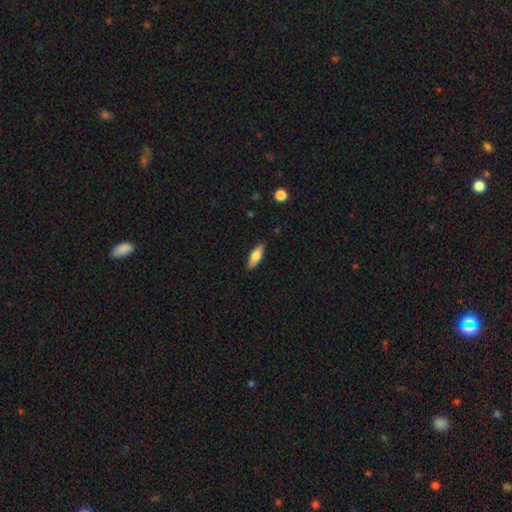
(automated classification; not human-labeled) Morphology: type=smooth (73%); roundness=in between (66%); merging=none (87%).